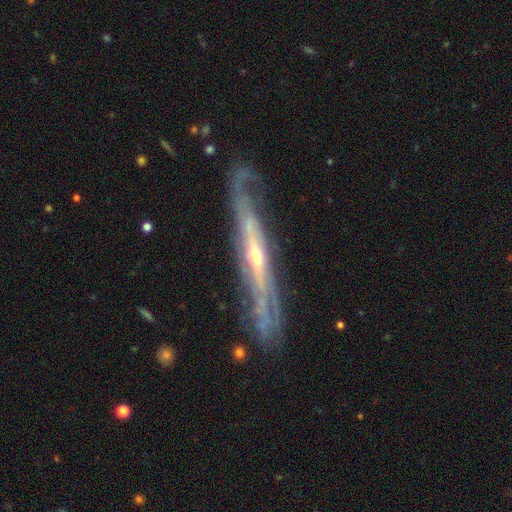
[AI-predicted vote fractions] Smooth or featured? featured or disk (84%)
Edge-on disk? yes (68%)
Edge-on bulge? rounded (69%)
Merging? none (71%)